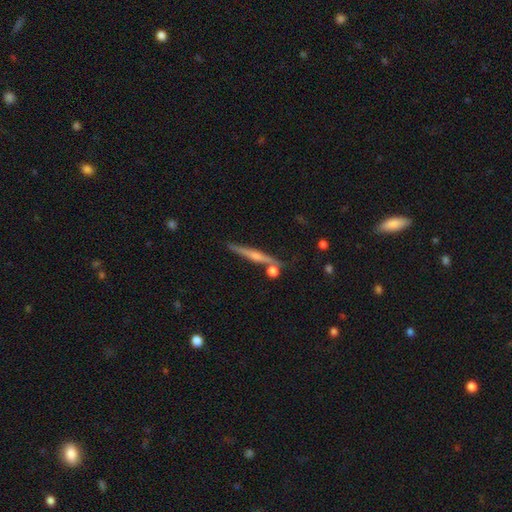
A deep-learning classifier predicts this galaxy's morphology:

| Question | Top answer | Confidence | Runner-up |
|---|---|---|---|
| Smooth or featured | featured or disk | 65% | smooth (27%) |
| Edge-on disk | yes | 97% | no (3%) |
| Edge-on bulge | rounded | 67% | none (22%) |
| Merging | none | 79% | minor disturbance (10%) |